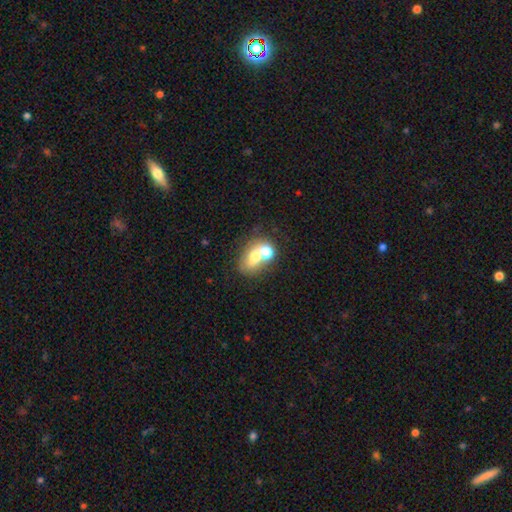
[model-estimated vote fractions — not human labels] Smooth or featured? Predicted: smooth (p=0.62). How rounded? Predicted: in between (p=0.64). Merging? Predicted: merger (p=0.50).